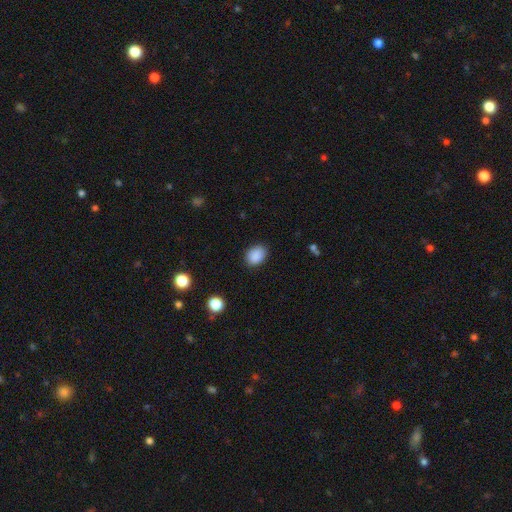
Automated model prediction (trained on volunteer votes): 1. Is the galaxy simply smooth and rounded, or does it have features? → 88% smooth, 9% star or artifact, 3% featured or disk.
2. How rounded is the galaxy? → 65% in between, 34% round, 1% cigar-shaped.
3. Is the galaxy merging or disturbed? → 83% none, 13% minor disturbance, 3% major disturbance, 1% merger.